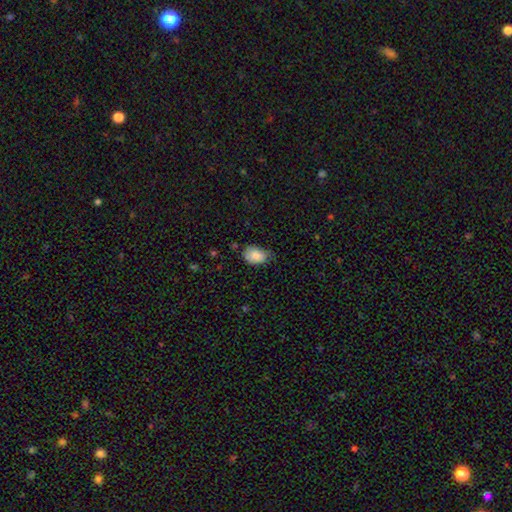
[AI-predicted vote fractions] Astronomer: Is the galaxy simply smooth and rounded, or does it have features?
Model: smooth — 84%.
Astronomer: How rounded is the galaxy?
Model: in between — 84%.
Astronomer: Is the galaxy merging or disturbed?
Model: none — 51% (runner-up: minor disturbance, 38%).